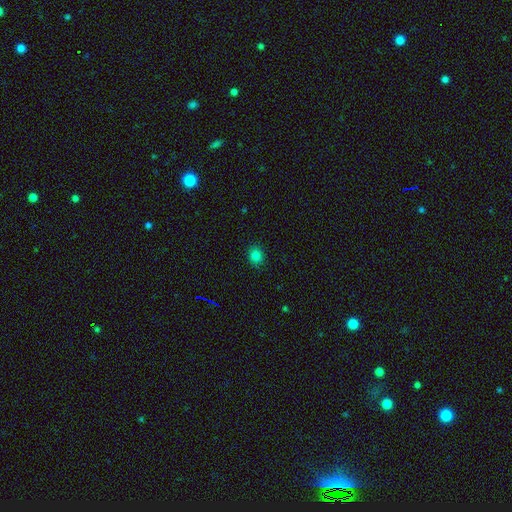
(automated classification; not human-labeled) smooth_or_featured: smooth (p=0.80) [alt: star or artifact p=0.14]
how_rounded: round (p=0.66) [alt: in between p=0.33]
merging: none (p=0.90) [alt: minor disturbance p=0.07]